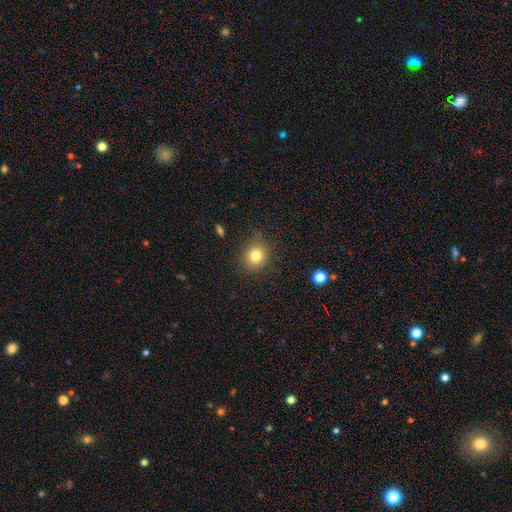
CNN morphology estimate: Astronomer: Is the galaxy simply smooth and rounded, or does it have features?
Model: smooth — 80%.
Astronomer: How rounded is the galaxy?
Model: round — 80%.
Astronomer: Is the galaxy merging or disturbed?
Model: none — 86%.